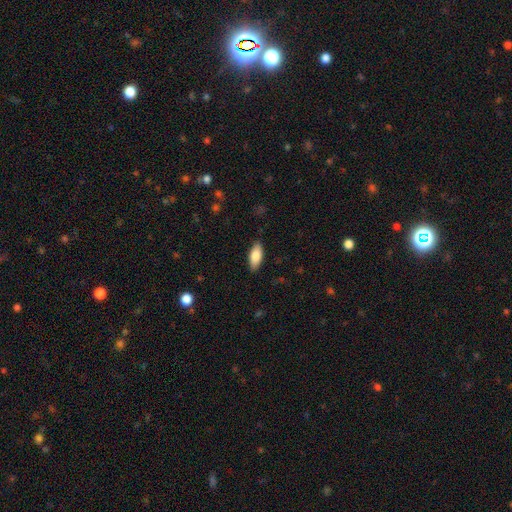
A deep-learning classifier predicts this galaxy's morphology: The model was most divided on "how rounded": in between: 82%, cigar-shaped: 16%, round: 2%. More confident: merging — none (88%); smooth or featured — smooth (81%).